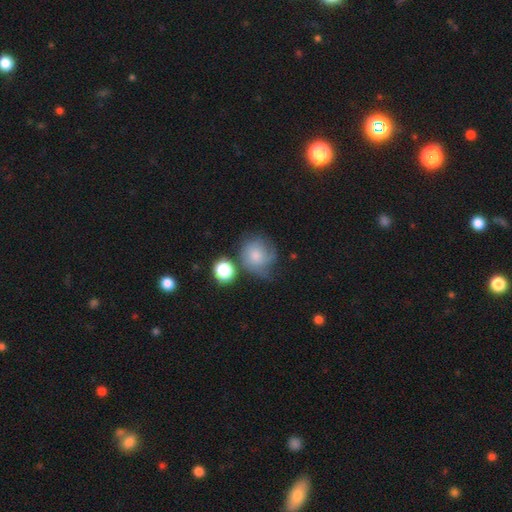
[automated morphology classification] smooth_or_featured: smooth (p=0.64) [alt: featured or disk p=0.26]
how_rounded: round (p=0.82) [alt: in between p=0.17]
merging: none (p=0.41) [alt: minor disturbance p=0.30]